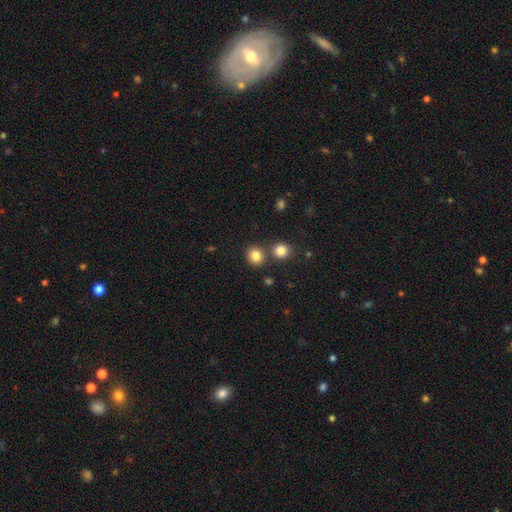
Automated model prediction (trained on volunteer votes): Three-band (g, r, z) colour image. It shows a smooth galaxy with no disk features (82%) that is round (78%). Merging: none (76%).